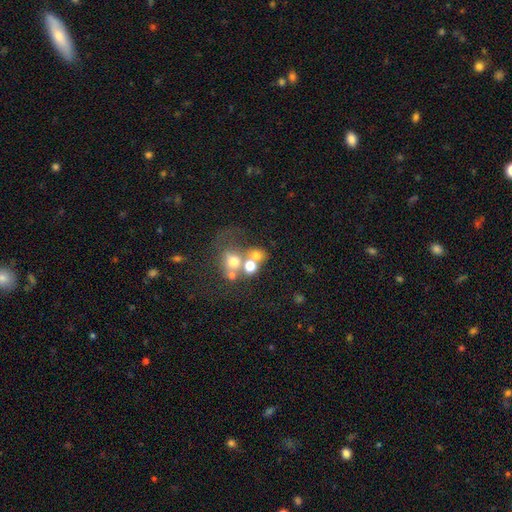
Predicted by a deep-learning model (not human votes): smooth-or-featured: smooth: 60% | featured or disk: 22% | star or artifact: 18%
  how-rounded: round: 69% | in between: 30% | cigar-shaped: 1%
  merging: merger: 49% | none: 30% | major disturbance: 12% | minor disturbance: 9%